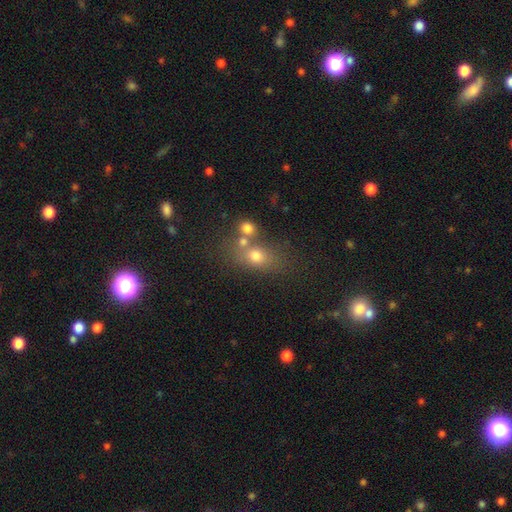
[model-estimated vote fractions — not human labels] This is likely a smooth galaxy (67%). How rounded: possibly in between (50%). Merging: possibly none (47%).